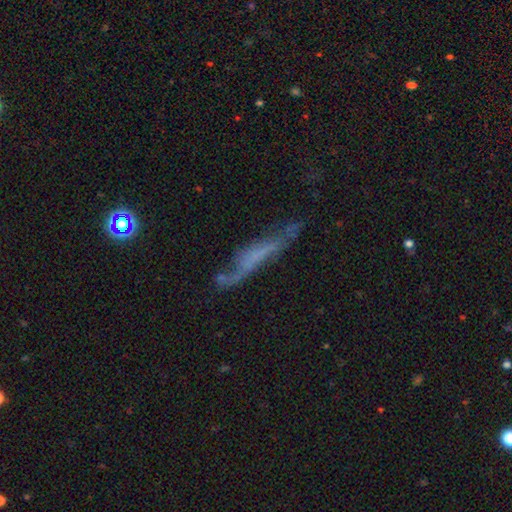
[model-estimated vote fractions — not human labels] smooth-or-featured: featured or disk: 55% | smooth: 33% | star or artifact: 12%
  disk-edge-on: yes: 53% | no: 47%
  merging: none: 45% | minor disturbance: 26% | major disturbance: 22% | merger: 8%